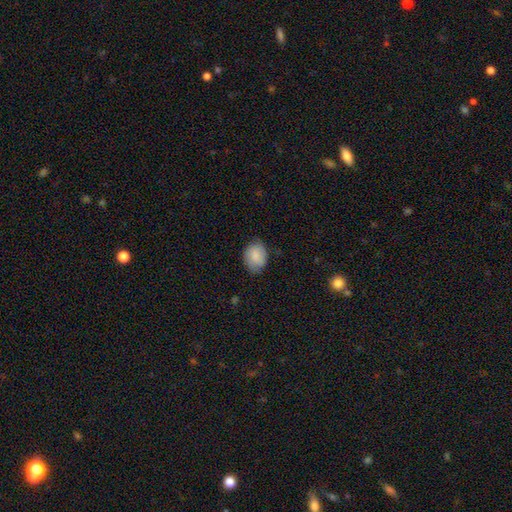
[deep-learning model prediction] smooth 81%, featured or disk 12%, star or artifact 7%. Down the decision tree: how rounded — in between (64%); merging — none (73%).